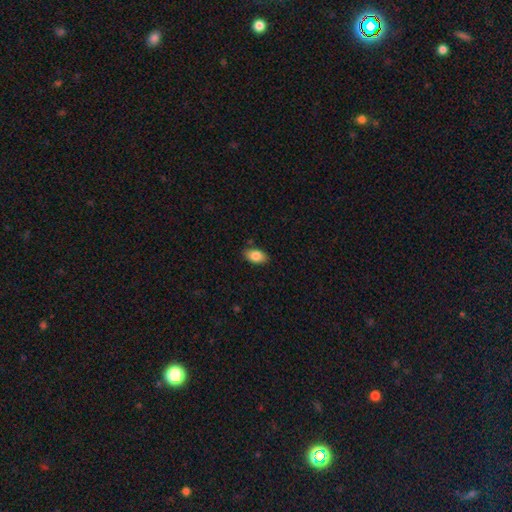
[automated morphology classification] Smooth or featured?
  - smooth: 85% *
  - featured or disk: 8%
  - star or artifact: 7%
How rounded?
  - in between: 91% *
  - round: 6%
  - cigar-shaped: 2%
Merging?
  - none: 84% *
  - minor disturbance: 12%
  - major disturbance: 2%
  - merger: 2%